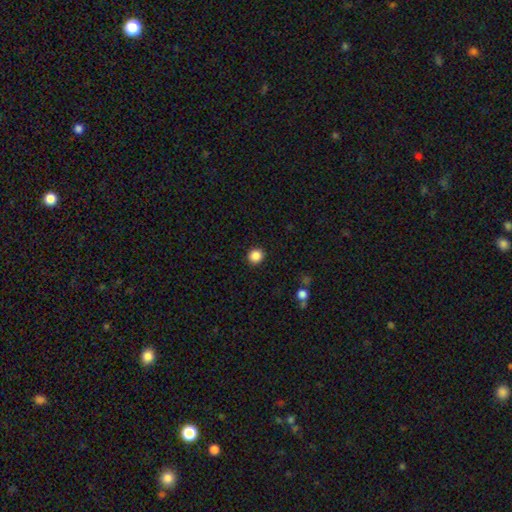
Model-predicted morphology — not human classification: smooth 87%, star or artifact 10%, featured or disk 3%. Down the decision tree: how rounded — round (90%); merging — none (92%).